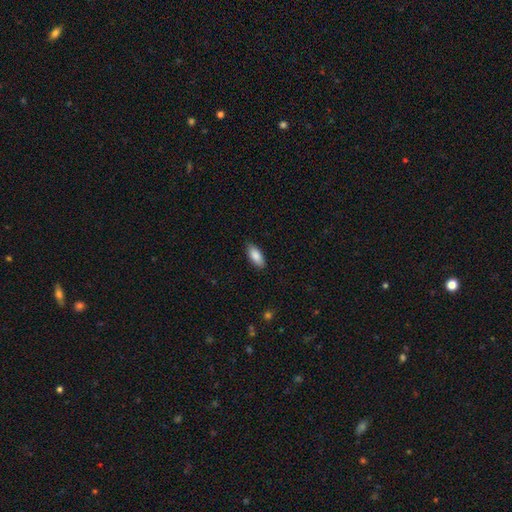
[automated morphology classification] Smooth or featured: smooth — 87% (featured or disk — 7%)
How rounded: in between — 82% (cigar-shaped — 16%)
Merging: none — 88% (minor disturbance — 9%)